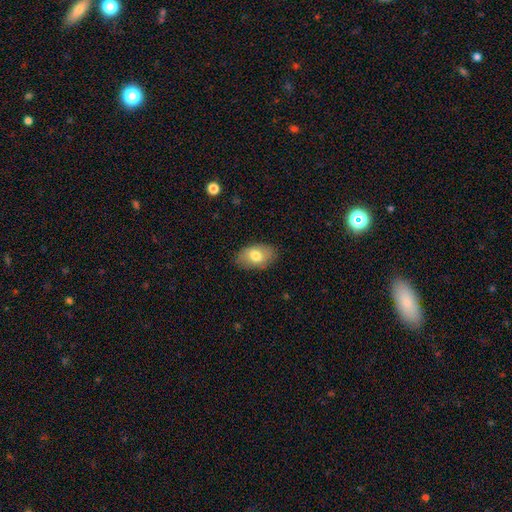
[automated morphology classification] Smooth or featured? smooth (76%)
How rounded? in between (90%)
Merging? none (84%)